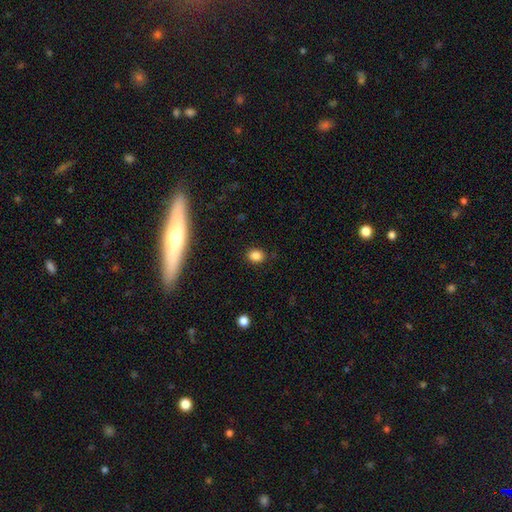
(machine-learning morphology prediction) A smooth galaxy with no disk features (83%) that is round (50%).

Vote fractions:
- Smooth or featured? smooth: 83% / star or artifact: 12% / featured or disk: 5%
- How rounded? round: 50% / in between: 48% / cigar-shaped: 1%
- Merging? none: 87% / minor disturbance: 9% / major disturbance: 2% / merger: 1%